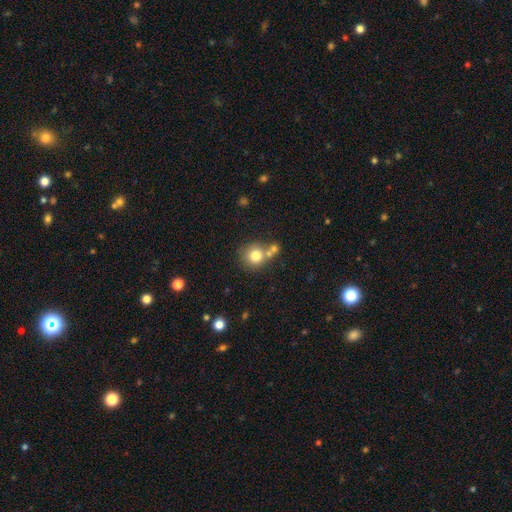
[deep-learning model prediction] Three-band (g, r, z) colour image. It shows a smooth galaxy with no disk features (77%) that is round (88%). Merging: none (57%).